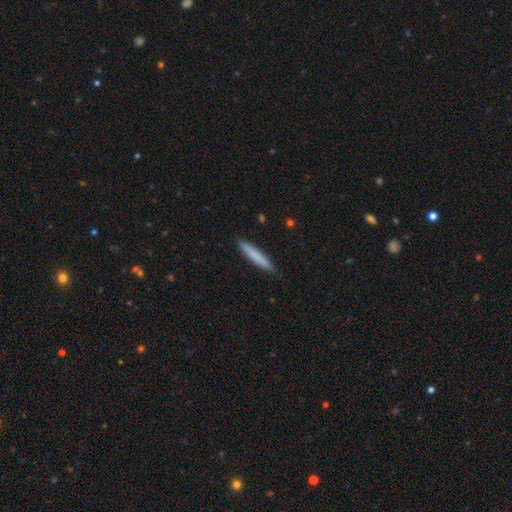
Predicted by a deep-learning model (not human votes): A smooth galaxy with no disk features (76%) that is cigar-shaped (95%).

Vote fractions:
- Smooth or featured? smooth: 76% / featured or disk: 18% / star or artifact: 5%
- How rounded? cigar-shaped: 95% / in between: 4% / round: 1%
- Merging? none: 91% / minor disturbance: 7% / major disturbance: 1% / merger: 1%